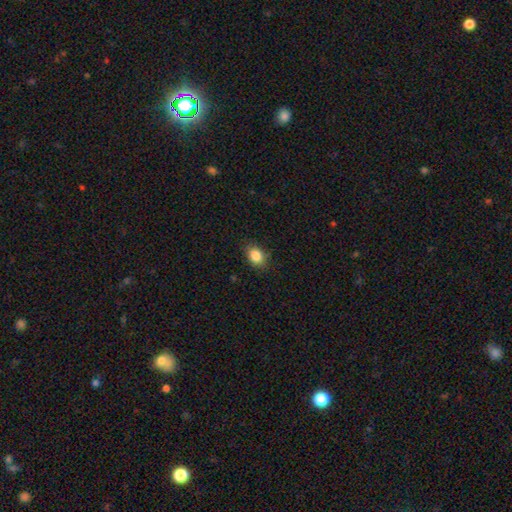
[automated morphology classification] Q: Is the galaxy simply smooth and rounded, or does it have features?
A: smooth — 86%.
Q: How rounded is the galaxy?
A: in between — 72%.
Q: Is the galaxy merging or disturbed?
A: none — 84%.